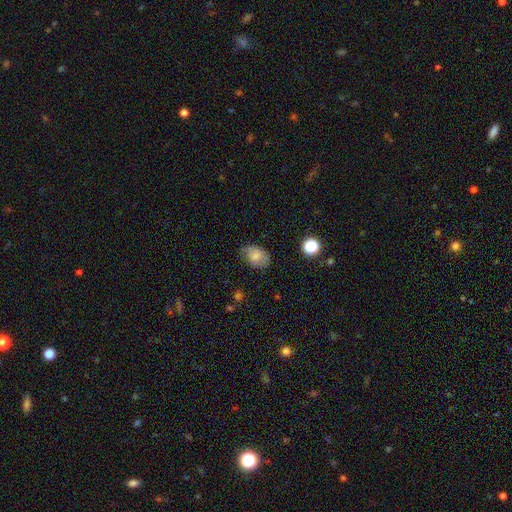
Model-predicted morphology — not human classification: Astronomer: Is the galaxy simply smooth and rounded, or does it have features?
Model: smooth — 72%.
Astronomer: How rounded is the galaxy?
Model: in between — 74%.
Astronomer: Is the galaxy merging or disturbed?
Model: none — 61%.